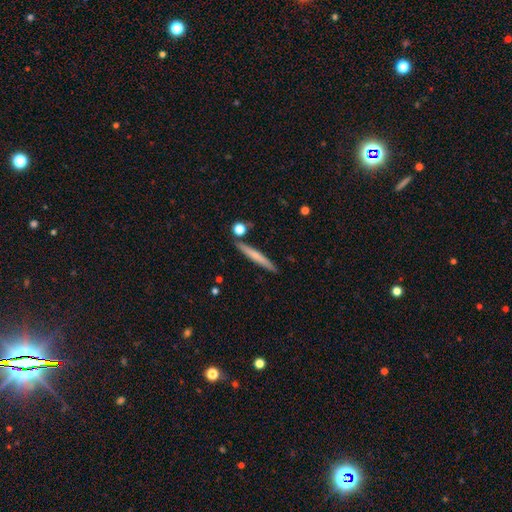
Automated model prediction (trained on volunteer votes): A smooth galaxy with no disk features (59%) that is cigar-shaped (95%). Merging: none (86%).